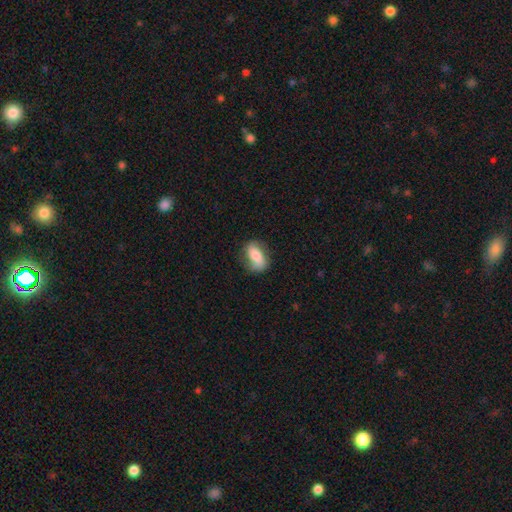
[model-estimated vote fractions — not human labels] smooth_or_featured: smooth (p=0.61) [alt: featured or disk p=0.32]
how_rounded: in between (p=0.86) [alt: round p=0.08]
merging: none (p=0.71) [alt: minor disturbance p=0.21]